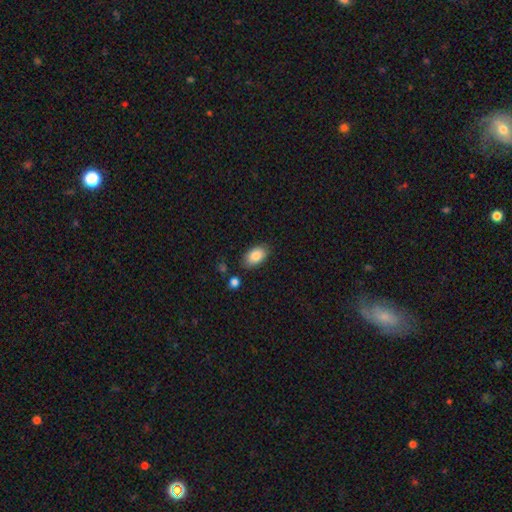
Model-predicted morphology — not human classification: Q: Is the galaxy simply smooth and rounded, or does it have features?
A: smooth — 86%.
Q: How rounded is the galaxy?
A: in between — 93%.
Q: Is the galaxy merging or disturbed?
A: none — 83%.